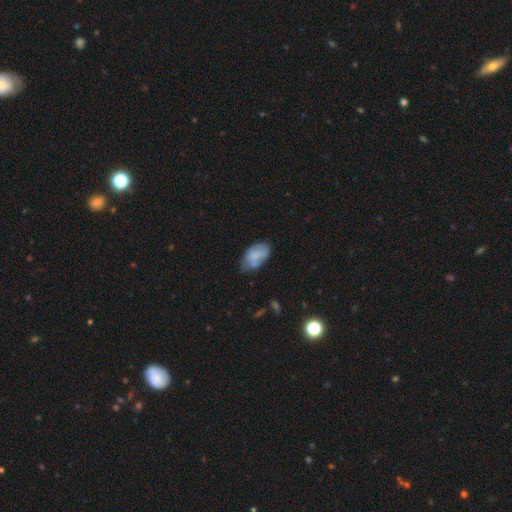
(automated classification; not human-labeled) Smooth or featured?
  - smooth: 71% *
  - featured or disk: 21%
  - star or artifact: 8%
How rounded?
  - in between: 93% *
  - round: 5%
  - cigar-shaped: 2%
Merging?
  - none: 44% *
  - minor disturbance: 36%
  - major disturbance: 12%
  - merger: 8%